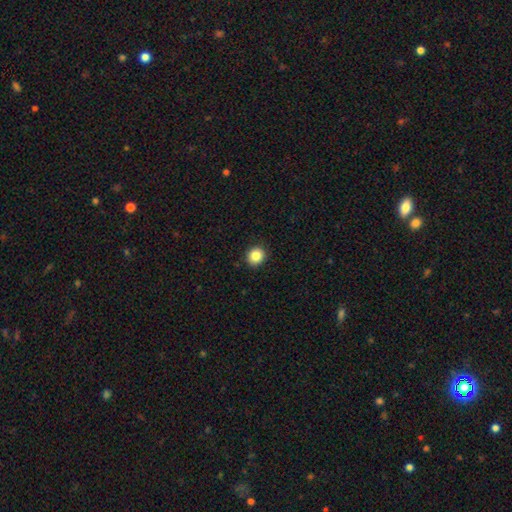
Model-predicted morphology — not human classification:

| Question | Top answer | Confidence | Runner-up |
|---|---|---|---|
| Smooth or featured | smooth | 86% | star or artifact (10%) |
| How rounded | round | 83% | in between (16%) |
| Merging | none | 92% | minor disturbance (6%) |